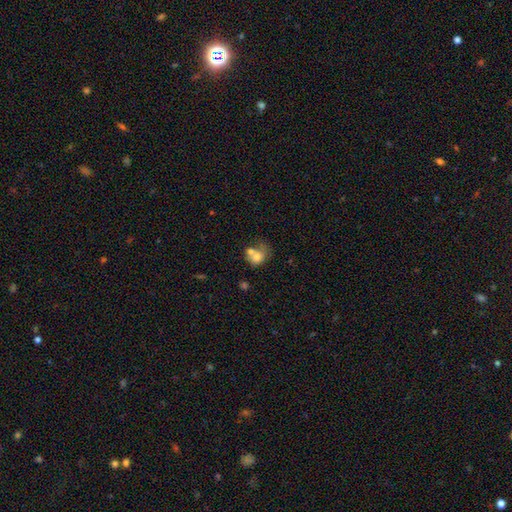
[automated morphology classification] Smooth or featured? smooth (67%)
How rounded? round (55%)
Merging? merger (53%)